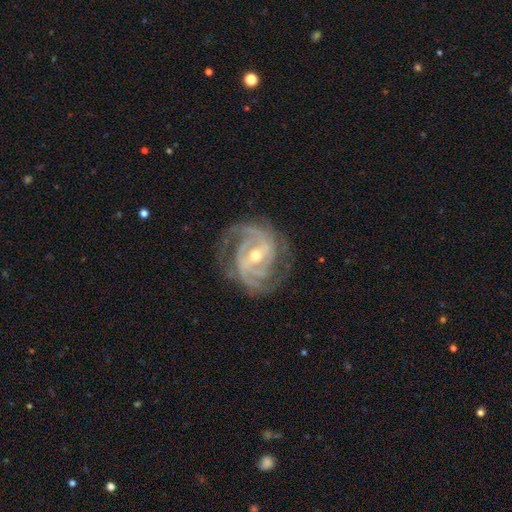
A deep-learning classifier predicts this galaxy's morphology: Q: Smooth or featured?
A: featured or disk (92%); runner-up: star or artifact (4%)
Q: Edge-on disk?
A: no (97%); runner-up: yes (3%)
Q: Bar?
A: weak (42%); runner-up: strong (35%)
Q: Spiral arms?
A: yes (98%); runner-up: no (2%)
Q: Spiral winding?
A: tight (56%); runner-up: medium (38%)
Q: Spiral arm count?
A: 2 (42%); runner-up: 3 (30%)
Q: Bulge size?
A: moderate (50%); runner-up: small (47%)
Q: Merging?
A: none (76%); runner-up: minor disturbance (15%)